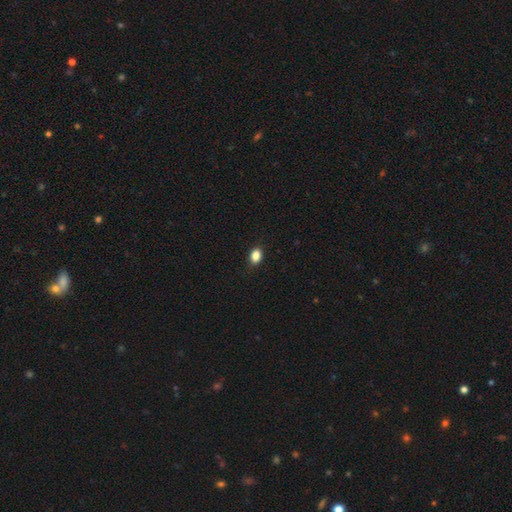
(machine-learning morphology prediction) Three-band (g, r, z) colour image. It shows a smooth galaxy with no disk features (87%) that is in between round and cigar-shaped (79%). Merging: none (87%).